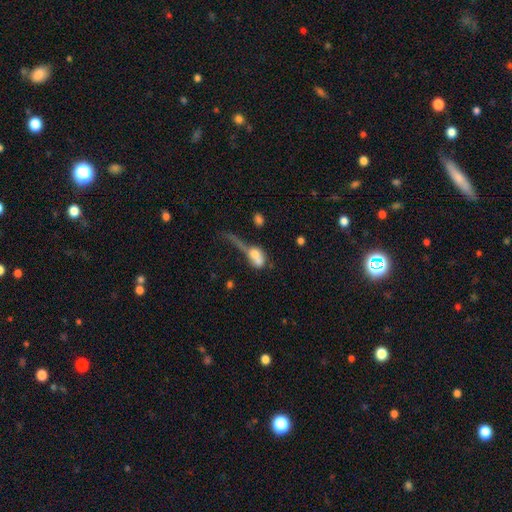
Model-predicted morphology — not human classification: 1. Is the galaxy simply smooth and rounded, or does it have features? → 58% smooth, 32% featured or disk, 11% star or artifact.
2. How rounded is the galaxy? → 65% in between, 24% round, 11% cigar-shaped.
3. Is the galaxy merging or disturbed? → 41% merger, 36% major disturbance, 13% none, 11% minor disturbance.